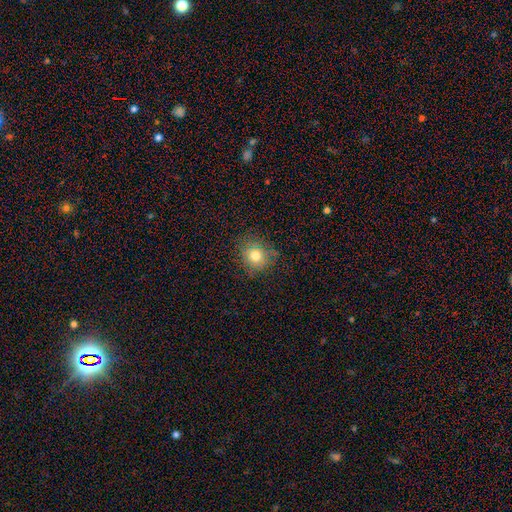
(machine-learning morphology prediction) A smooth galaxy with no disk features (76%) that is round (82%).

Vote fractions:
- Smooth or featured? smooth: 76% / star or artifact: 14% / featured or disk: 10%
- How rounded? round: 82% / in between: 17% / cigar-shaped: 1%
- Merging? none: 78% / minor disturbance: 15% / major disturbance: 5% / merger: 1%